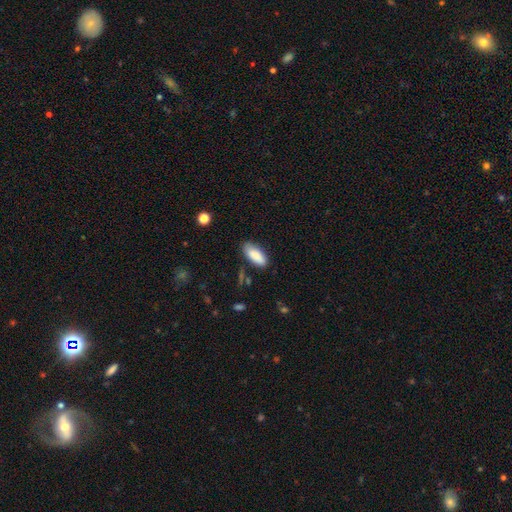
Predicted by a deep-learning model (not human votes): Q: Smooth or featured?
A: smooth (87%); runner-up: star or artifact (7%)
Q: How rounded?
A: in between (86%); runner-up: cigar-shaped (12%)
Q: Merging?
A: none (76%); runner-up: minor disturbance (17%)